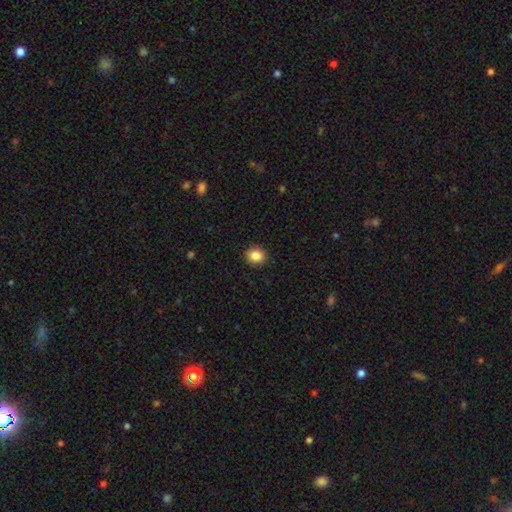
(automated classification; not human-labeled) Smooth or featured: smooth — 87% (star or artifact — 9%)
How rounded: round — 68% (in between — 31%)
Merging: none — 91% (minor disturbance — 6%)